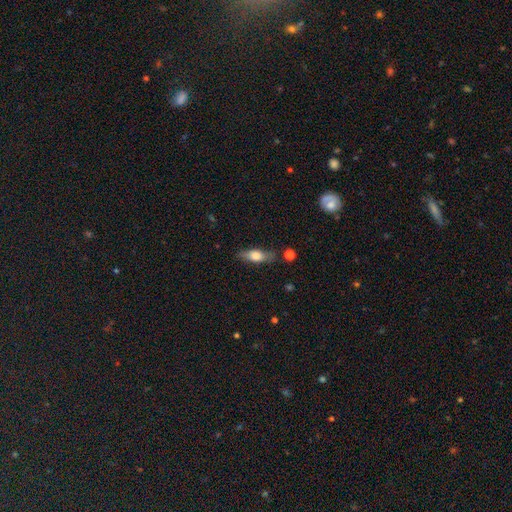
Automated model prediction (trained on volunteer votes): This appears to be a smooth galaxy with no disk features (59%) that is in between round and cigar-shaped (59%). Merging: none (77%).